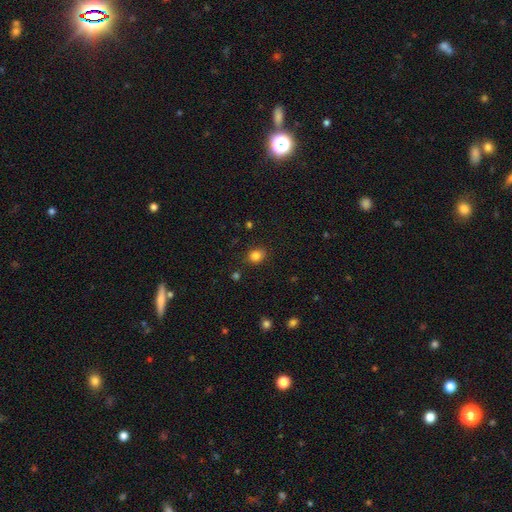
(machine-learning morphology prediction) Q: Smooth or featured?
A: smooth (84%); runner-up: star or artifact (11%)
Q: How rounded?
A: round (61%); runner-up: in between (38%)
Q: Merging?
A: none (84%); runner-up: minor disturbance (11%)